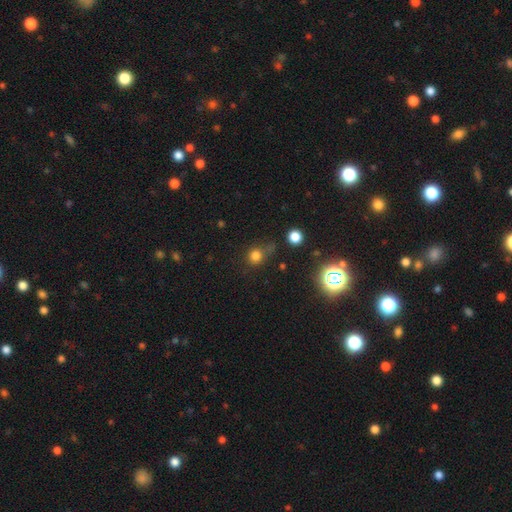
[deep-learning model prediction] Overall: smooth (75%). How rounded: round (86%). Merging: none (65%).